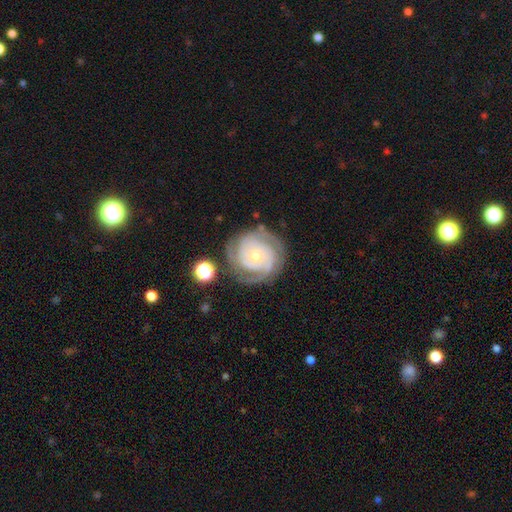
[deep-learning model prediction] A featured or disk galaxy (87%) with no bar (77%), 2 (40%) tight (77%) spiral arms (97%) and a small central bulge (65%). Merging: none (77%).